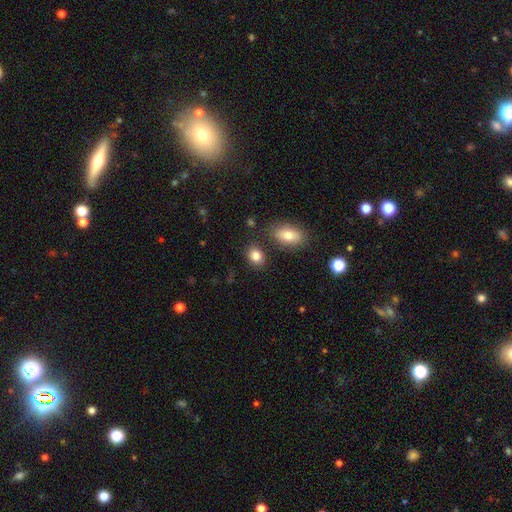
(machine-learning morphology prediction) smooth 83%, star or artifact 10%, featured or disk 7%. Down the decision tree: how rounded — in between (63%); merging — none (80%).